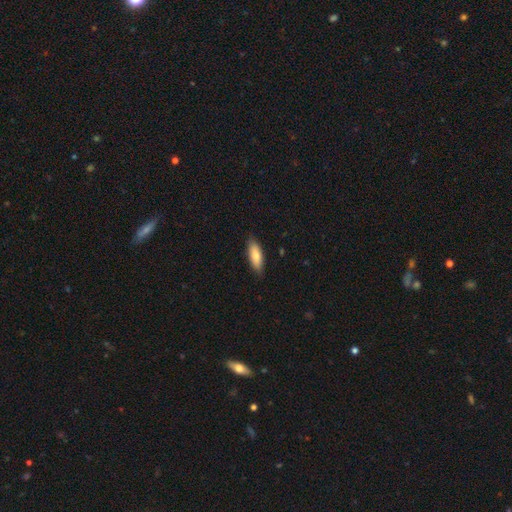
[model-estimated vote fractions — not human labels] Morphology: type=smooth (80%); roundness=in between (65%); merging=none (85%).